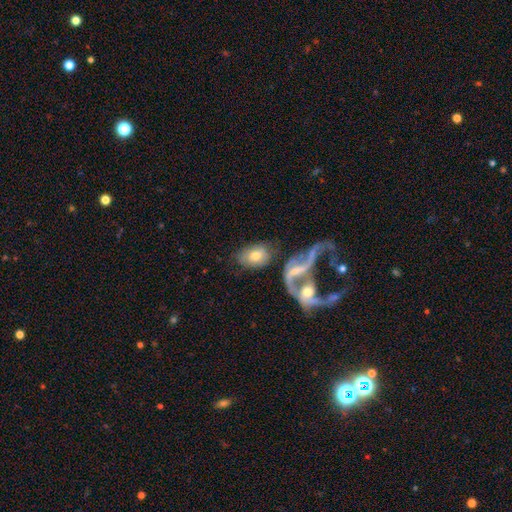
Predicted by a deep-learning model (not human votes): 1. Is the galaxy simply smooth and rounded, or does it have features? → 62% smooth, 30% featured or disk, 8% star or artifact.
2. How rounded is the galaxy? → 84% in between, 14% round, 2% cigar-shaped.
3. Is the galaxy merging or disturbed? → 47% none, 26% merger, 14% minor disturbance, 13% major disturbance.